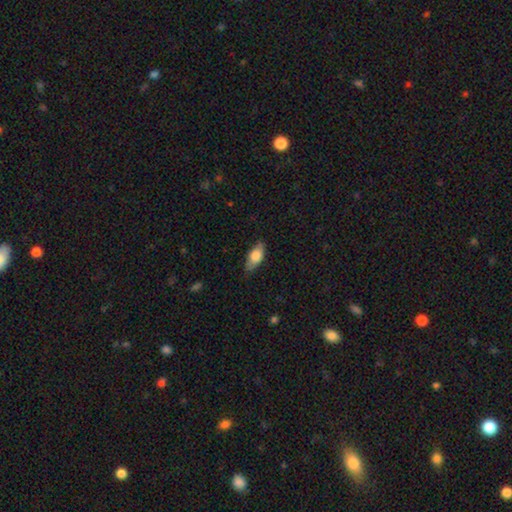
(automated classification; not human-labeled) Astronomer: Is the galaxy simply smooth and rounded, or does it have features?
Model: smooth — 72%.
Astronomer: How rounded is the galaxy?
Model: in between — 82%.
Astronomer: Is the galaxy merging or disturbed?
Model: none — 77%.